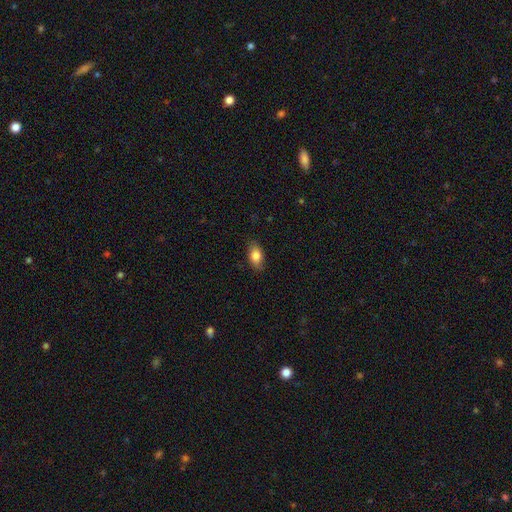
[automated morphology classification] smooth-or-featured: smooth: 83% | featured or disk: 10% | star or artifact: 7%
  how-rounded: in between: 88% | round: 8% | cigar-shaped: 3%
  merging: none: 81% | minor disturbance: 15% | major disturbance: 3% | merger: 1%